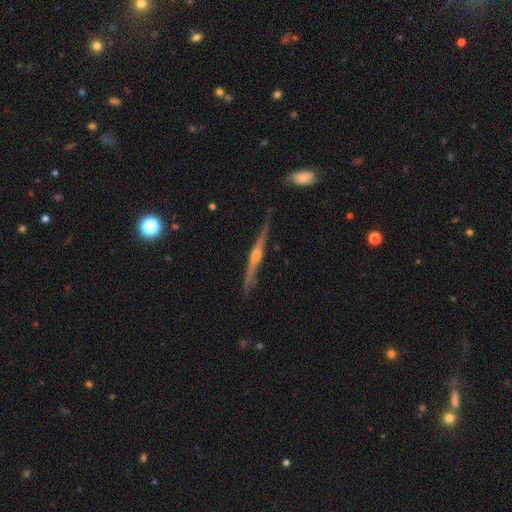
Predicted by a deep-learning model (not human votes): A featured or disk galaxy (83%) viewed edge-on (98%) with a rounded central bulge (89%).

Vote fractions:
- Smooth or featured? featured or disk: 83% / smooth: 11% / star or artifact: 6%
- Edge-on disk? yes: 98% / no: 2%
- Edge-on bulge? rounded: 89% / boxy: 6% / none: 5%
- Merging? none: 84% / minor disturbance: 12% / major disturbance: 2% / merger: 2%